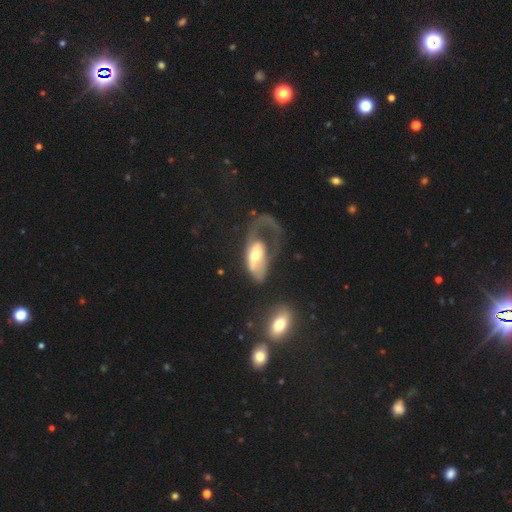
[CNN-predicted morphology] featured or disk 58%, smooth 36%, star or artifact 6%. Down the decision tree: edge-on disk — no (90%); bar — no (64%); spiral arms — yes (53%); bulge size — moderate (63%); merging — major disturbance (63%).